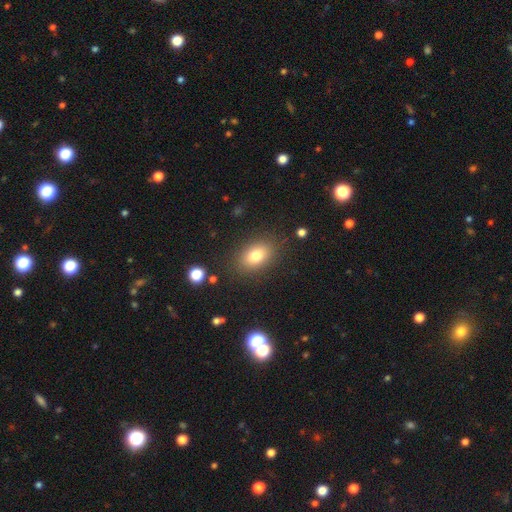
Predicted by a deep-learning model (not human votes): A smooth galaxy with no disk features (78%) that is in between round and cigar-shaped (76%).

Vote fractions:
- Smooth or featured? smooth: 78% / star or artifact: 11% / featured or disk: 11%
- How rounded? in between: 76% / round: 22% / cigar-shaped: 1%
- Merging? none: 85% / minor disturbance: 10% / major disturbance: 4% / merger: 2%